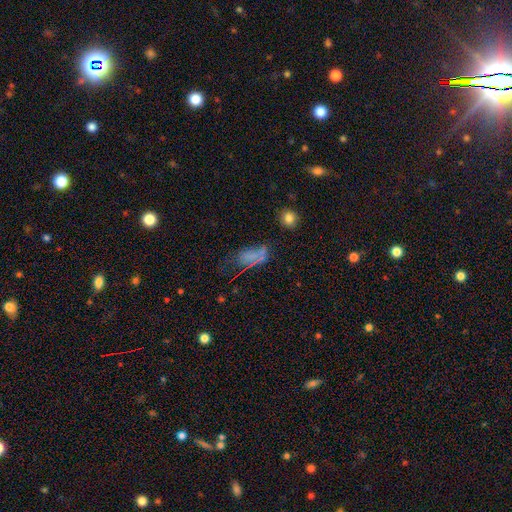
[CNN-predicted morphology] This appears to be a smooth galaxy with no disk features (56%) that is in between round and cigar-shaped (80%). Merging: none (48%).